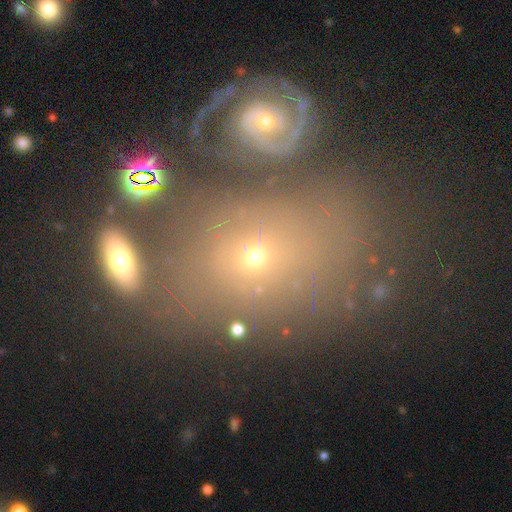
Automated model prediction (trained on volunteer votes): Smooth or featured?
  - star or artifact: 40% *
  - smooth: 35%
  - featured or disk: 25%